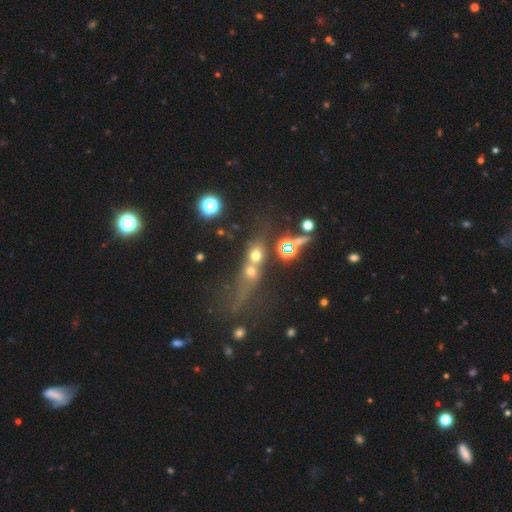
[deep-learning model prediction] smooth_or_featured: smooth (p=0.50) [alt: star or artifact p=0.27]
how_rounded: round (p=0.58) [alt: in between p=0.29]
merging: merger (p=0.61) [alt: none p=0.23]